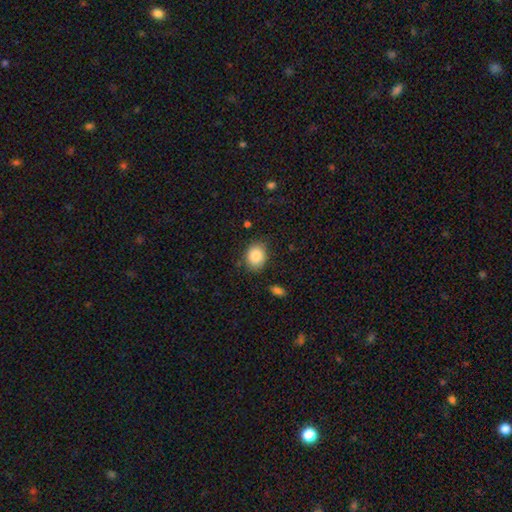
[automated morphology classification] Smooth or featured? Predicted: smooth (p=0.86). How rounded? Predicted: round (p=0.51). Merging? Predicted: none (p=0.82).